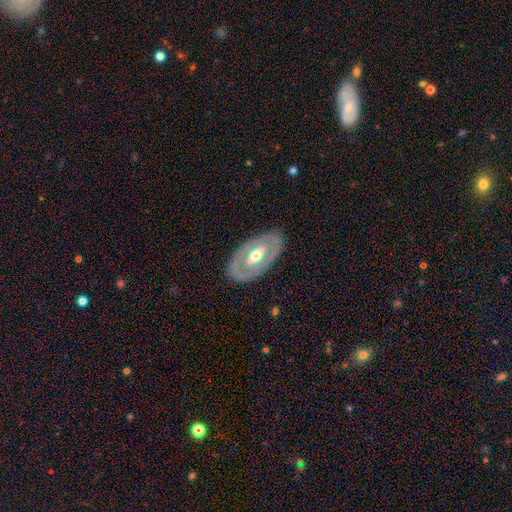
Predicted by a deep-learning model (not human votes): Smooth or featured: featured or disk — 69% (smooth — 26%)
Edge-on disk: no — 89% (yes — 11%)
Bar: no — 45% (weak — 31%)
Spiral arms: no — 72% (yes — 28%)
Bulge size: moderate — 70% (small — 20%)
Merging: none — 84% (minor disturbance — 11%)